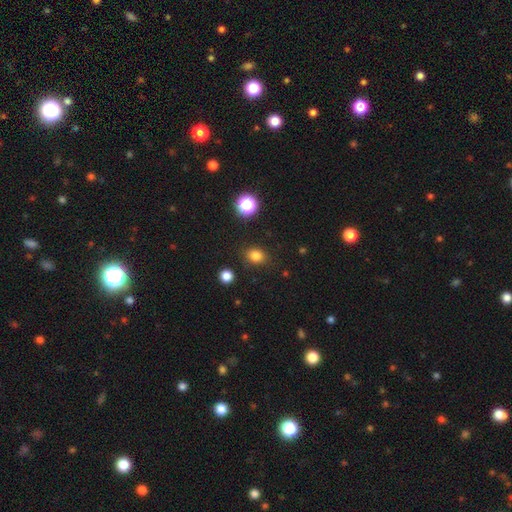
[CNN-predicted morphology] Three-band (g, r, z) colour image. It shows a smooth galaxy with no disk features (81%) that is round (54%). Merging: none (85%).